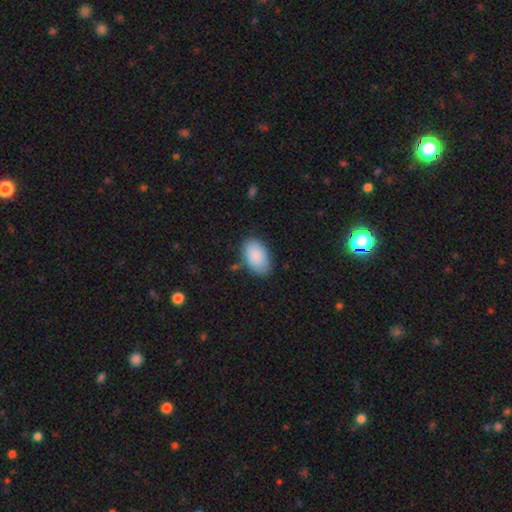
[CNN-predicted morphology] smooth-or-featured: smooth: 89% | star or artifact: 6% | featured or disk: 6%
  how-rounded: in between: 94% | round: 5% | cigar-shaped: 1%
  merging: none: 79% | minor disturbance: 15% | major disturbance: 4% | merger: 2%